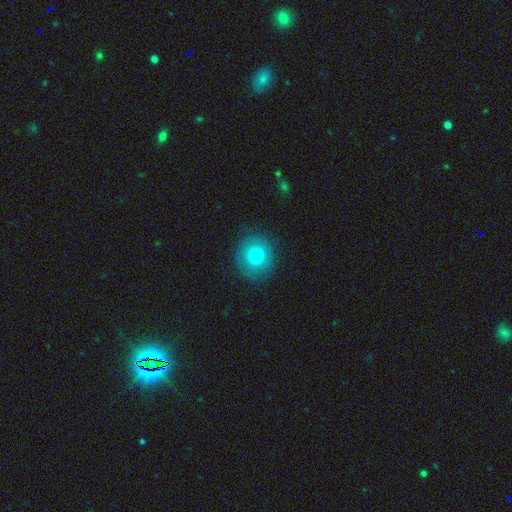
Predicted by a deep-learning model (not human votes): Overall: smooth (81%). How rounded: round (87%). Merging: none (85%).